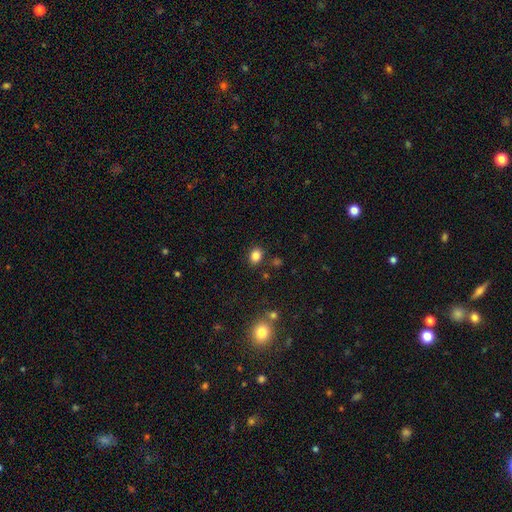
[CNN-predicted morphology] type=smooth (83%); roundness=in between (53%); merging=none (85%).